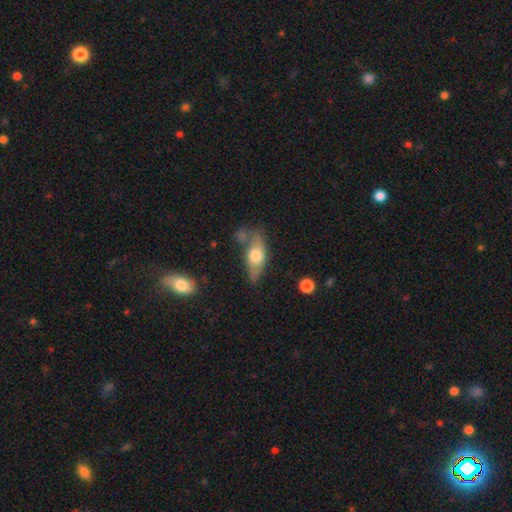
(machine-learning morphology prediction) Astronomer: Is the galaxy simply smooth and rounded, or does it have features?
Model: smooth — 53% (runner-up: featured or disk, 41%).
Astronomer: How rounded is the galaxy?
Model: in between — 71%.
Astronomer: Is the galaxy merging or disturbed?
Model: none — 59%.